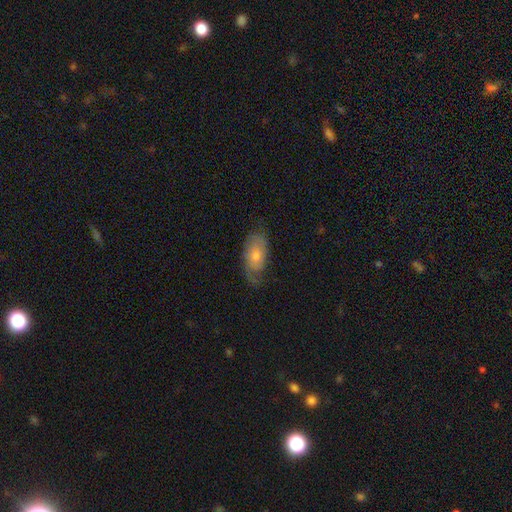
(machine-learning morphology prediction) Smooth or featured? featured or disk (47%)
Merging? none (64%)